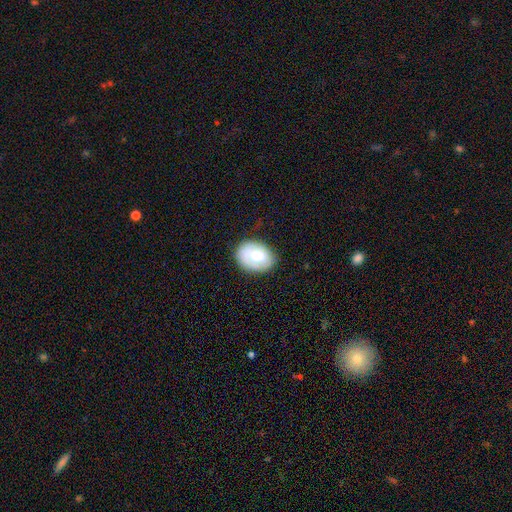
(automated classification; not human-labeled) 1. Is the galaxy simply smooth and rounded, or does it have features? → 68% smooth, 25% featured or disk, 7% star or artifact.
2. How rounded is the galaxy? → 73% in between, 26% round, 1% cigar-shaped.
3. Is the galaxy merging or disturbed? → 71% none, 21% minor disturbance, 7% major disturbance, 2% merger.